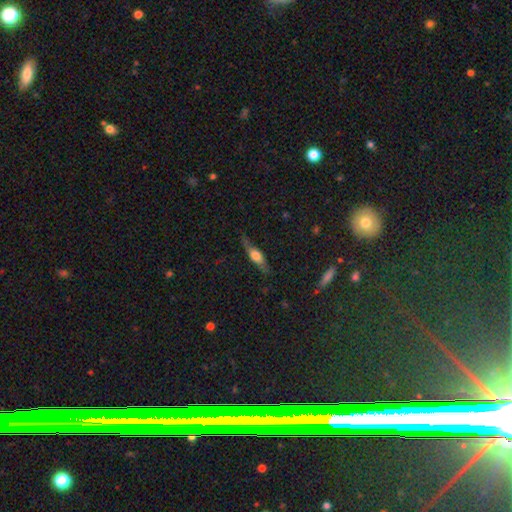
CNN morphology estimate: smooth 49%, featured or disk 44%, star or artifact 7%. Down the decision tree: merging — none (73%).